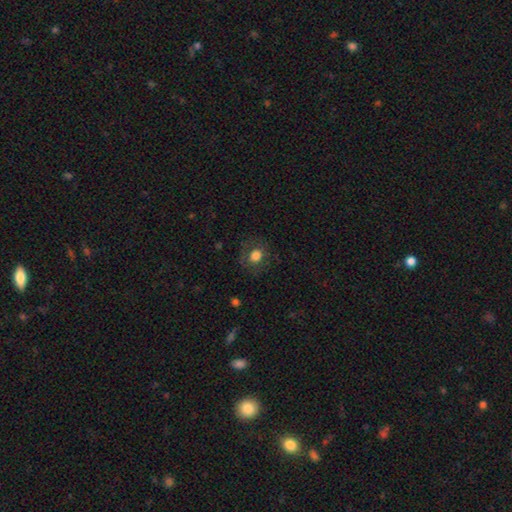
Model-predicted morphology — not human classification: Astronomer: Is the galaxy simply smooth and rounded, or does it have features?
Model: smooth — 72%.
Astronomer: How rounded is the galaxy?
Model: round — 75%.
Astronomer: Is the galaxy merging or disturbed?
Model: none — 77%.